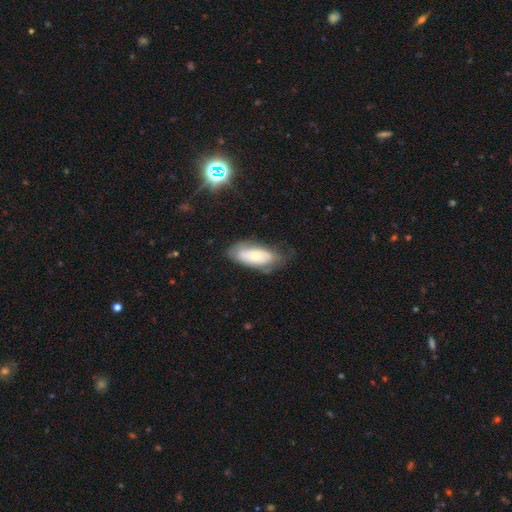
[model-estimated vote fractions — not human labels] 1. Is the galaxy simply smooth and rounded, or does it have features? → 53% smooth, 40% featured or disk, 7% star or artifact.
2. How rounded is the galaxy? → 86% in between, 11% cigar-shaped, 3% round.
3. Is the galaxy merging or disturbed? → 62% none, 27% minor disturbance, 10% major disturbance, 2% merger.